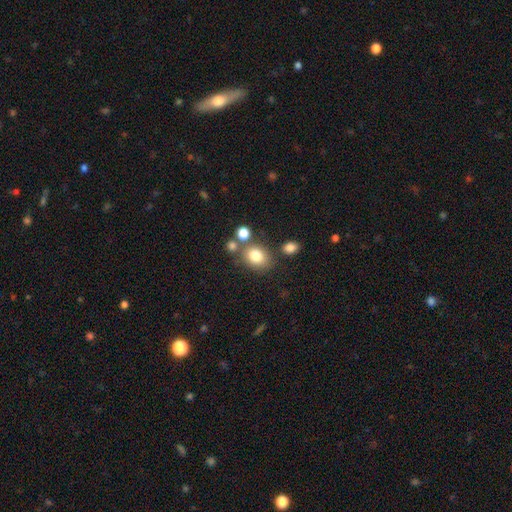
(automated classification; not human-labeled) This is likely a smooth galaxy (80%). How rounded: possibly in between (50%). Merging: likely none (66%).